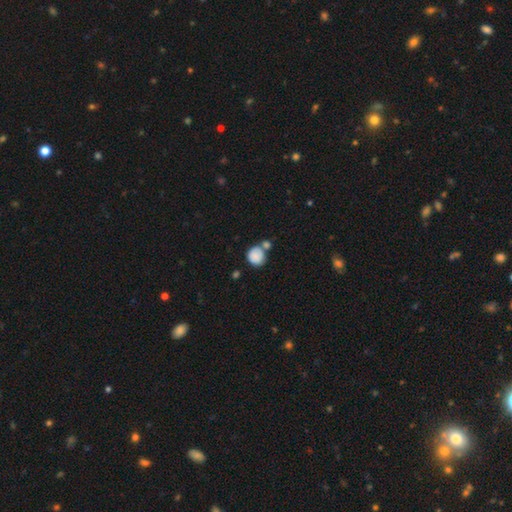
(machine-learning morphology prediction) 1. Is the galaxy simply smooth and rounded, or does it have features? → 83% smooth, 10% featured or disk, 8% star or artifact.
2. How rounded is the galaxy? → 82% round, 17% in between, 1% cigar-shaped.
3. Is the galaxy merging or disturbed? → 47% none, 33% merger, 15% minor disturbance, 5% major disturbance.